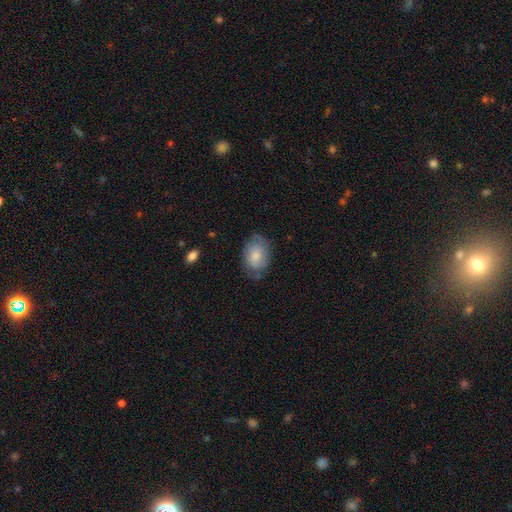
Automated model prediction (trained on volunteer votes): smooth_or_featured: smooth (p=0.70) [alt: featured or disk p=0.24]
how_rounded: in between (p=0.80) [alt: round p=0.19]
merging: none (p=0.64) [alt: minor disturbance p=0.26]